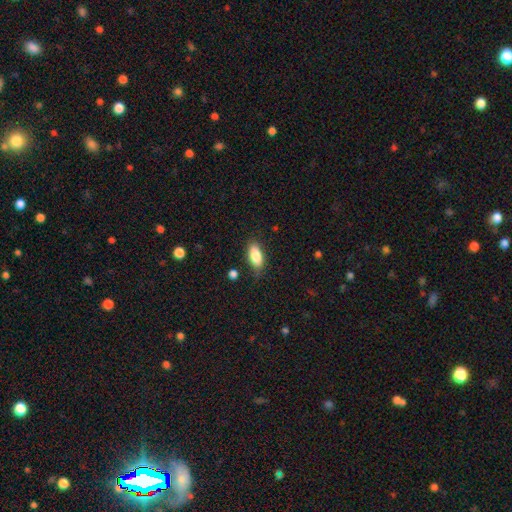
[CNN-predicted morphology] smooth 83%, featured or disk 10%, star or artifact 7%. Down the decision tree: how rounded — in between (86%); merging — none (75%).